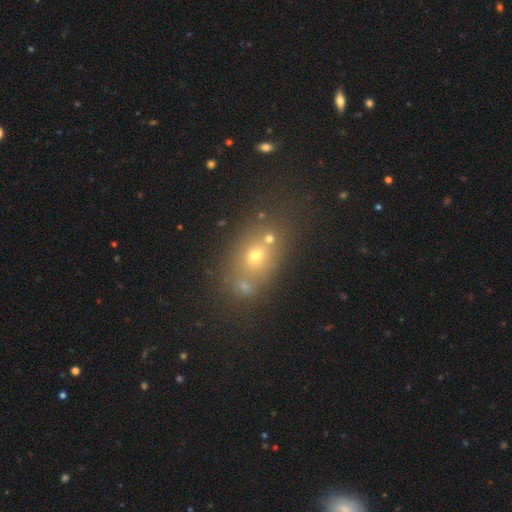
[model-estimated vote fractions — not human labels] Q: Smooth or featured?
A: smooth (56%); runner-up: star or artifact (24%)
Q: How rounded?
A: in between (61%); runner-up: round (36%)
Q: Merging?
A: none (54%); runner-up: merger (28%)